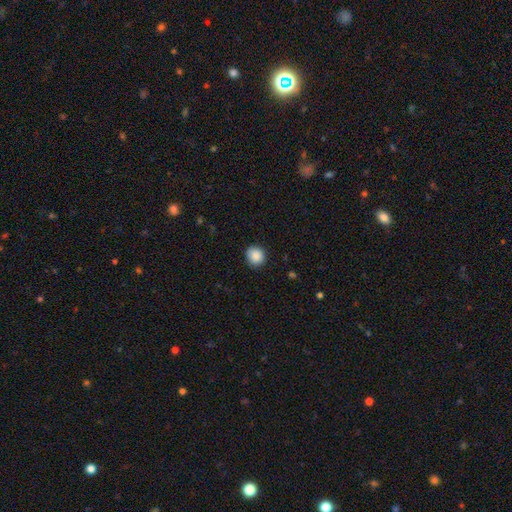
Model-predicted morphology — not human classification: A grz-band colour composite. It shows a smooth galaxy with no disk features (88%) that is round (87%). Merging: none (88%).